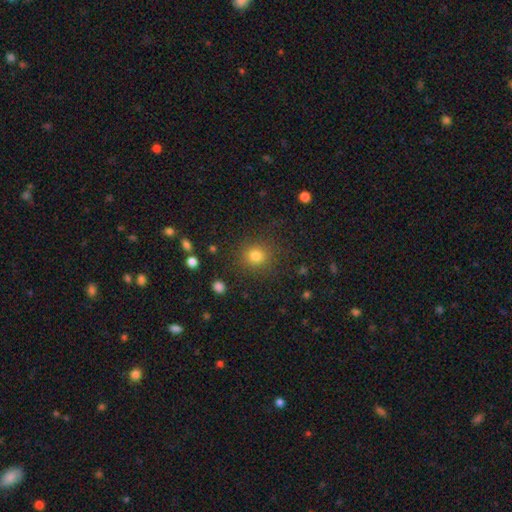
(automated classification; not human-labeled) Smooth or featured?
  - smooth: 81% *
  - star or artifact: 13%
  - featured or disk: 6%
How rounded?
  - round: 88% *
  - in between: 11%
  - cigar-shaped: 1%
Merging?
  - none: 85% *
  - minor disturbance: 9%
  - major disturbance: 4%
  - merger: 2%